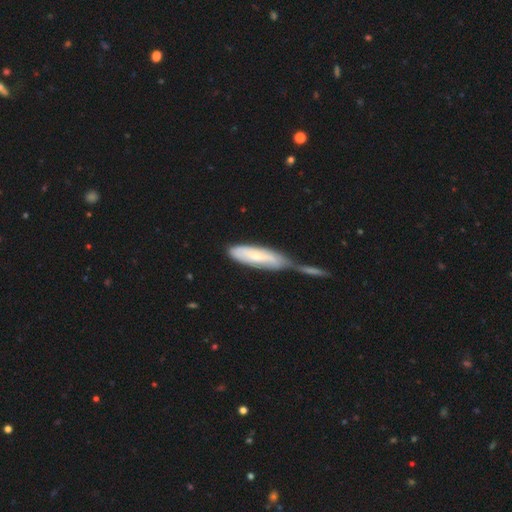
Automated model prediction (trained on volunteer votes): smooth-or-featured: smooth: 57% | featured or disk: 37% | star or artifact: 6%
  how-rounded: cigar-shaped: 54% | in between: 45% | round: 2%
  merging: merger: 51% | none: 23% | minor disturbance: 17% | major disturbance: 9%